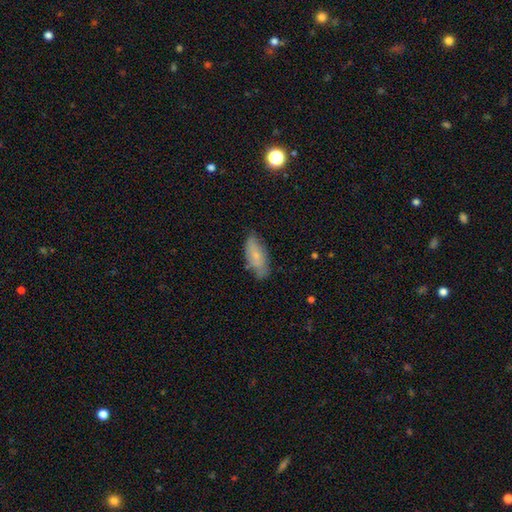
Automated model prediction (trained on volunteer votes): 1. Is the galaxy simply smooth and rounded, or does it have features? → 69% smooth, 24% featured or disk, 7% star or artifact.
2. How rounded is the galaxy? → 83% in between, 15% cigar-shaped, 2% round.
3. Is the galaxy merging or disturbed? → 71% none, 23% minor disturbance, 4% major disturbance, 2% merger.